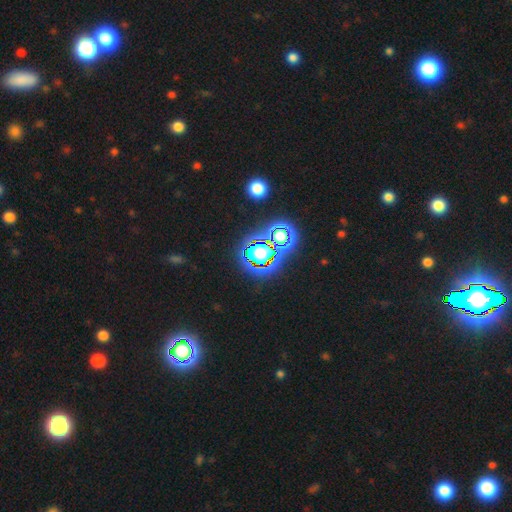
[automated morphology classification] The model was most divided on "smooth or featured": star or artifact: 80%, smooth: 14%, featured or disk: 6%.